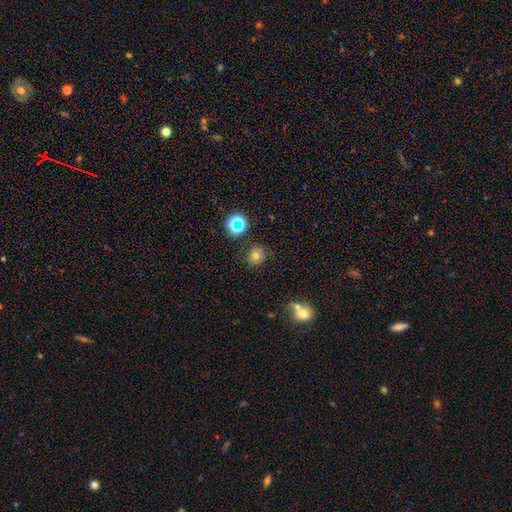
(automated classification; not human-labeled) Smooth or featured? Predicted: smooth (p=0.66). How rounded? Predicted: round (p=0.86). Merging? Predicted: none (p=0.79).